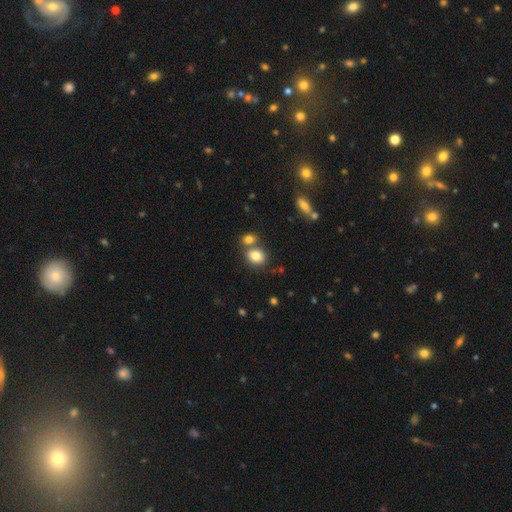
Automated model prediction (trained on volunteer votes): smooth_or_featured: smooth (p=0.82) [alt: star or artifact p=0.10]
how_rounded: round (p=0.53) [alt: in between p=0.46]
merging: none (p=0.56) [alt: merger p=0.31]